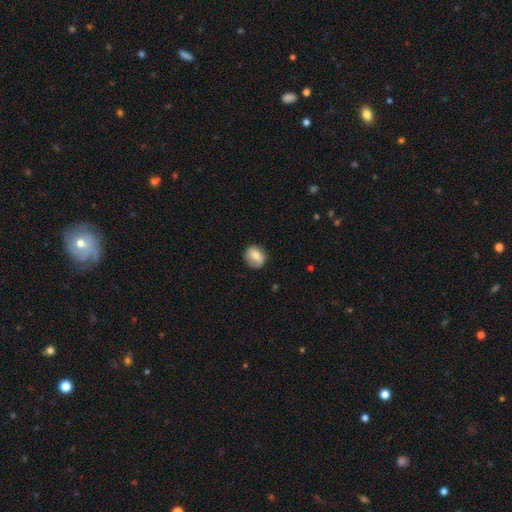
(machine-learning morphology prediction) Smooth or featured? smooth (74%)
How rounded? round (73%)
Merging? none (77%)